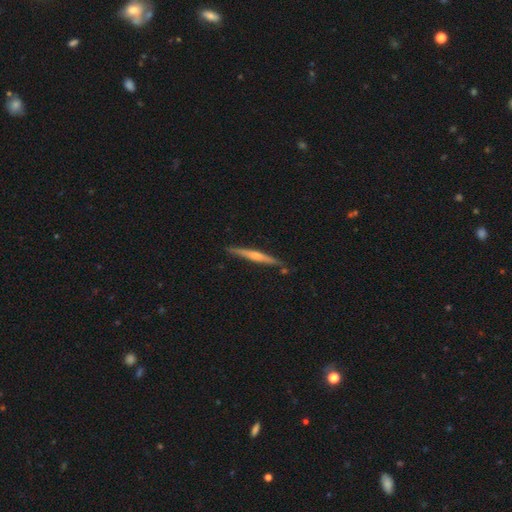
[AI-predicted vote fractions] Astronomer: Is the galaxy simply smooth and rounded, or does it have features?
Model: featured or disk — 59% (runner-up: smooth, 35%).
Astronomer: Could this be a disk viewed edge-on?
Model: yes — 98%.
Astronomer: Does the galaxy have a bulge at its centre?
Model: rounded — 57%.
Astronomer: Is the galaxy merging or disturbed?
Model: none — 87%.